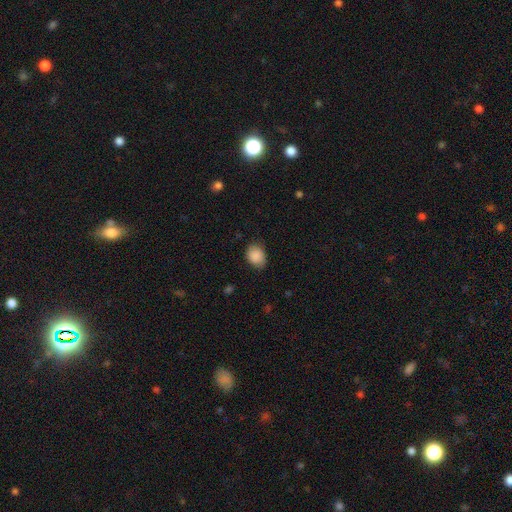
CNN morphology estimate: Smooth or featured? smooth (88%)
How rounded? in between (63%)
Merging? none (76%)